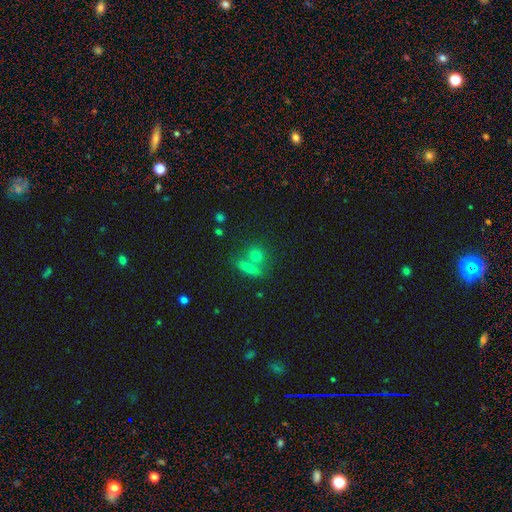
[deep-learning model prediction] smooth-or-featured: smooth: 70% | featured or disk: 16% | star or artifact: 14%
  how-rounded: round: 52% | in between: 38% | cigar-shaped: 10%
  merging: merger: 45% | none: 44% | minor disturbance: 8% | major disturbance: 3%